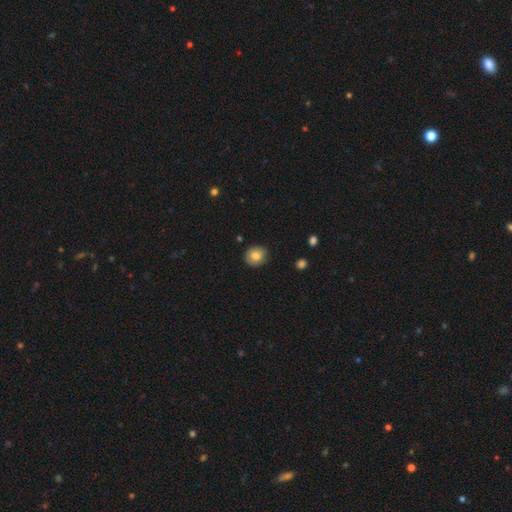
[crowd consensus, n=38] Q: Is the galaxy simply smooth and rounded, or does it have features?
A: smooth — 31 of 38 (82%).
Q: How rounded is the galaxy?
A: round — 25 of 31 (81%).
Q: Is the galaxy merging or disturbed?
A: none — 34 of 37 (92%).